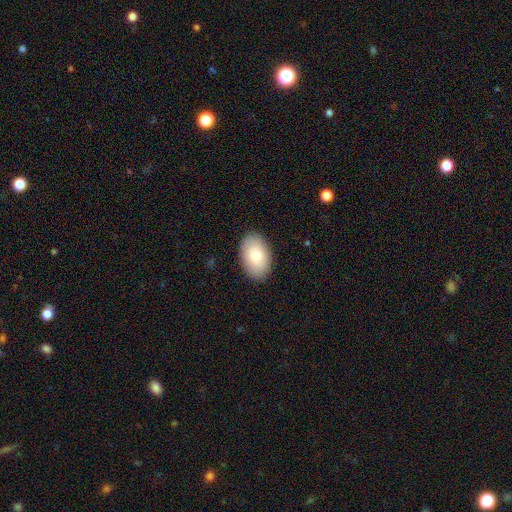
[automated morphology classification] A smooth galaxy with no disk features (80%) that is in between round and cigar-shaped (90%). Merging: none (88%).